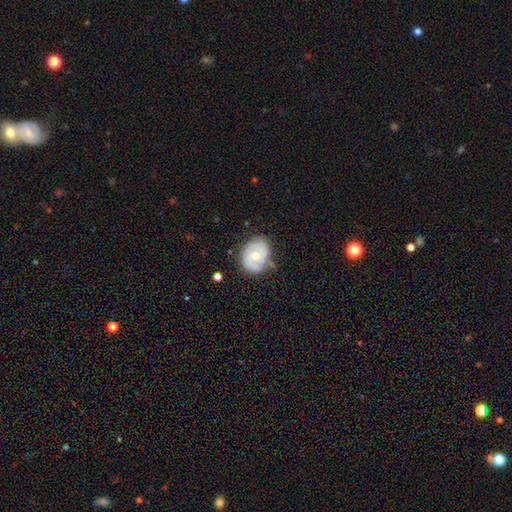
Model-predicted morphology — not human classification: The model was most divided on "smooth or featured": featured or disk: 47%, smooth: 45%, star or artifact: 7%. More confident: merging — none (59%).